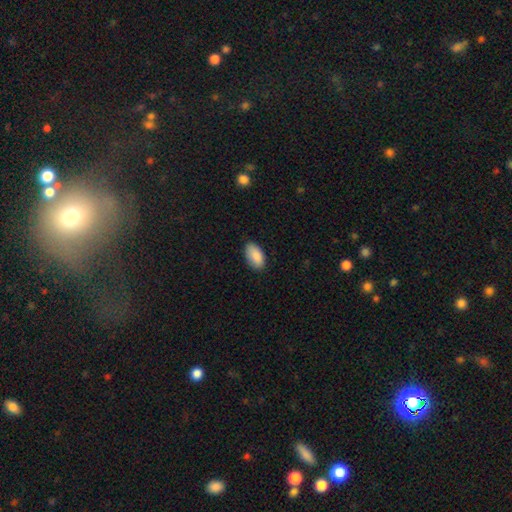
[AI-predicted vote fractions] The model was most divided on "merging": none: 84%, minor disturbance: 13%, major disturbance: 2%, merger: 1%. More confident: how rounded — in between (95%); smooth or featured — smooth (90%).